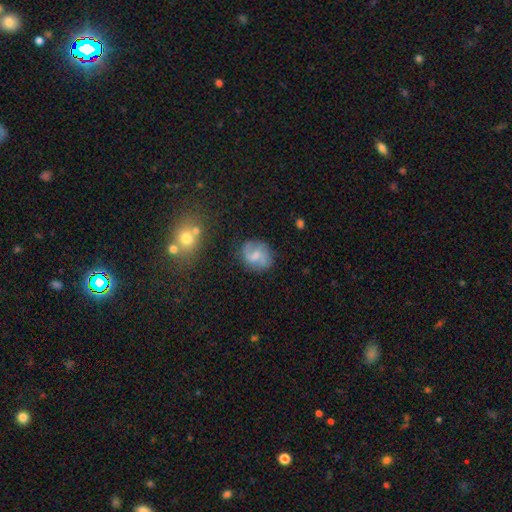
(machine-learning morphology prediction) This appears to be a featured or disk galaxy (55%) with a weak bar (52%), spiral arms (84%) and a small central bulge (34%). Merging: none (68%).